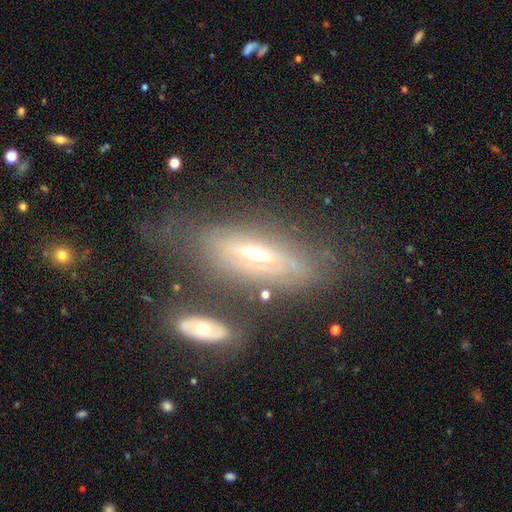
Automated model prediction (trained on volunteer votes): Q: Smooth or featured?
A: featured or disk (63%); runner-up: smooth (27%)
Q: Edge-on disk?
A: no (55%); runner-up: yes (45%)
Q: Merging?
A: none (52%); runner-up: minor disturbance (23%)